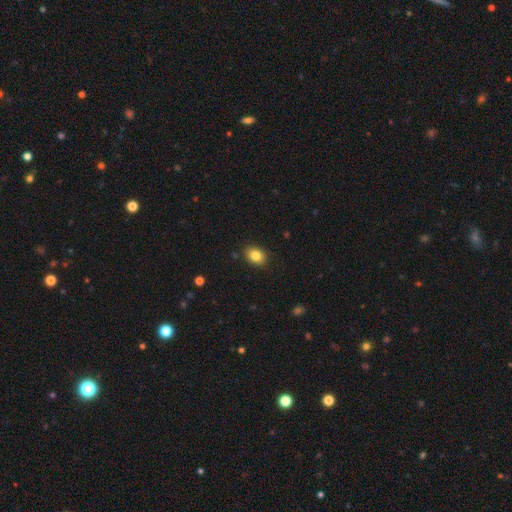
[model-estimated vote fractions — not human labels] smooth-or-featured: smooth: 83% | star or artifact: 10% | featured or disk: 7%
  how-rounded: in between: 63% | round: 36% | cigar-shaped: 1%
  merging: none: 88% | minor disturbance: 9% | major disturbance: 2% | merger: 1%